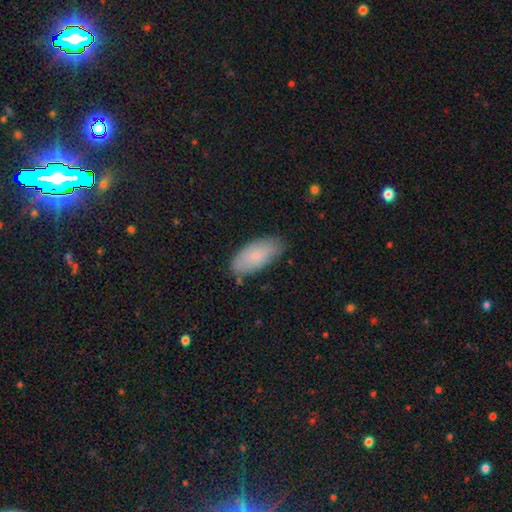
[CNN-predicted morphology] smooth-or-featured: smooth: 76% | featured or disk: 18% | star or artifact: 6%
  how-rounded: in between: 91% | cigar-shaped: 7% | round: 2%
  merging: none: 74% | minor disturbance: 20% | major disturbance: 3% | merger: 2%